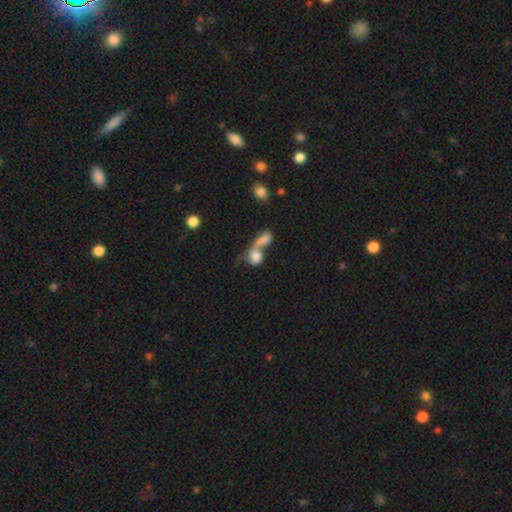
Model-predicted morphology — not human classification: smooth-or-featured: smooth: 72% | featured or disk: 18% | star or artifact: 10%
  how-rounded: round: 48% | in between: 47% | cigar-shaped: 6%
  merging: merger: 70% | none: 14% | major disturbance: 10% | minor disturbance: 6%